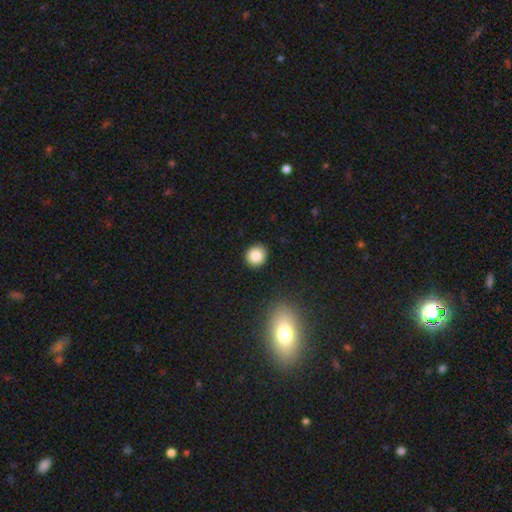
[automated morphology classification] smooth 86%, star or artifact 10%, featured or disk 4%. Down the decision tree: how rounded — round (90%); merging — none (91%).